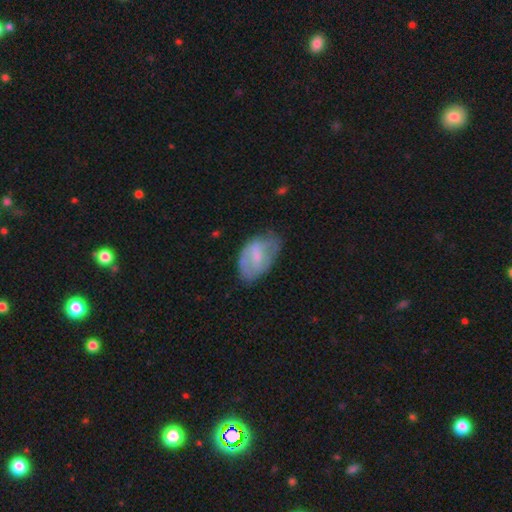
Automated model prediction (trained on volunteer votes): Morphology: type=featured or disk (48%); merging=none (52%).